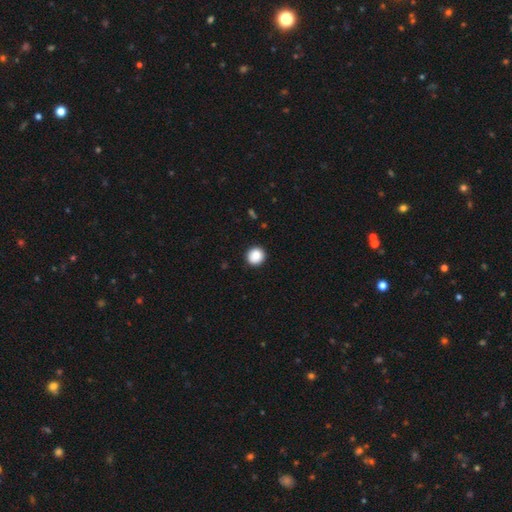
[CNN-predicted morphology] Overall: smooth (88%). How rounded: round (93%). Merging: none (91%).